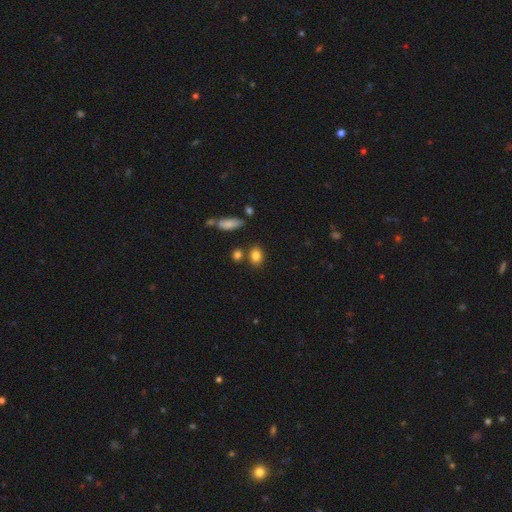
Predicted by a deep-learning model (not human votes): Smooth or featured?
  - smooth: 83% *
  - star or artifact: 10%
  - featured or disk: 7%
How rounded?
  - in between: 62% *
  - round: 36%
  - cigar-shaped: 2%
Merging?
  - none: 75% *
  - minor disturbance: 12%
  - merger: 9%
  - major disturbance: 3%